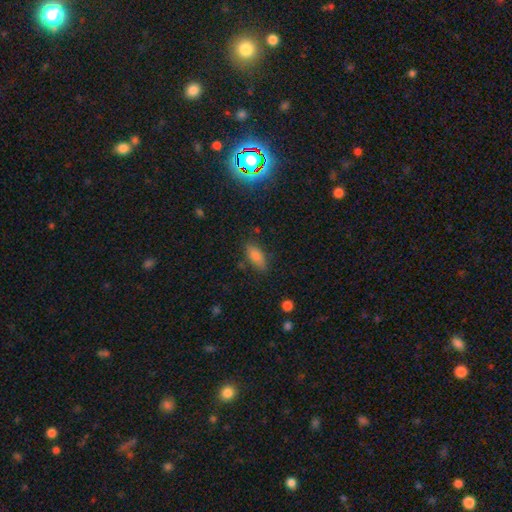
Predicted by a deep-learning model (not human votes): This appears to be a smooth galaxy with no disk features (75%) that is in between round and cigar-shaped (78%). Merging: none (80%).